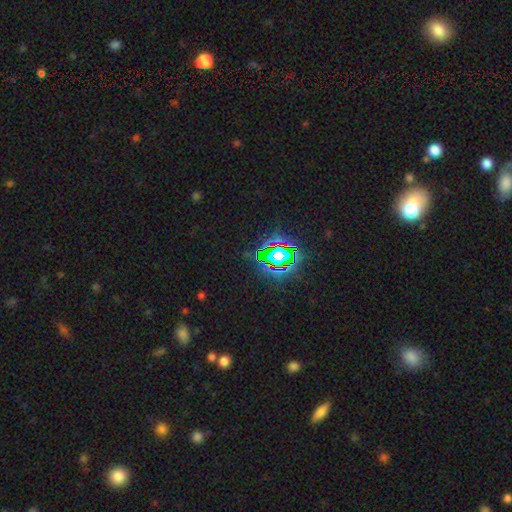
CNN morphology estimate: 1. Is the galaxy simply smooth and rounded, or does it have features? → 80% star or artifact, 12% smooth, 8% featured or disk.